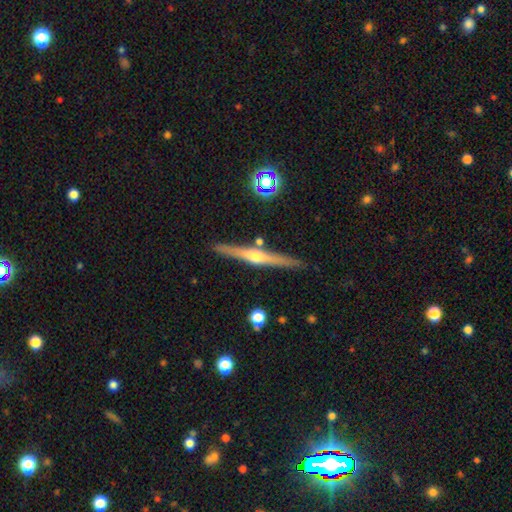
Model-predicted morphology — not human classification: smooth-or-featured: featured or disk: 75% | smooth: 18% | star or artifact: 7%
  disk-edge-on: yes: 98% | no: 2%
    edge-on-bulge: rounded: 91% | boxy: 5% | none: 5%
  merging: none: 87% | minor disturbance: 8% | merger: 3% | major disturbance: 2%